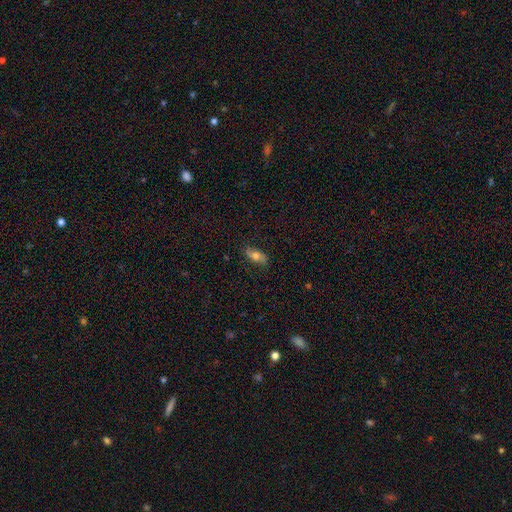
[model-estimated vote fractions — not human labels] Smooth or featured? Predicted: smooth (p=0.62). How rounded? Predicted: in between (p=0.76). Merging? Predicted: none (p=0.81).